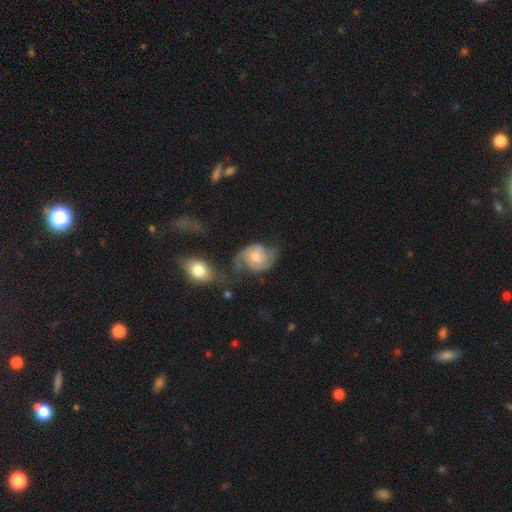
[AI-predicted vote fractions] Smooth or featured? featured or disk (77%)
Edge-on disk? no (97%)
Bar? no (66%)
Spiral arms? yes (94%)
Spiral winding? medium (45%)
Spiral arm count? 2 (83%)
Bulge size? moderate (53%)
Merging? none (51%)